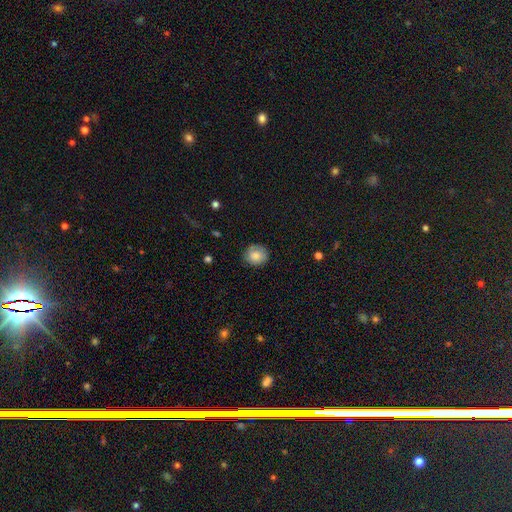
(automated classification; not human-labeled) Q: Smooth or featured?
A: smooth (79%); runner-up: featured or disk (12%)
Q: How rounded?
A: round (86%); runner-up: in between (13%)
Q: Merging?
A: none (83%); runner-up: minor disturbance (13%)